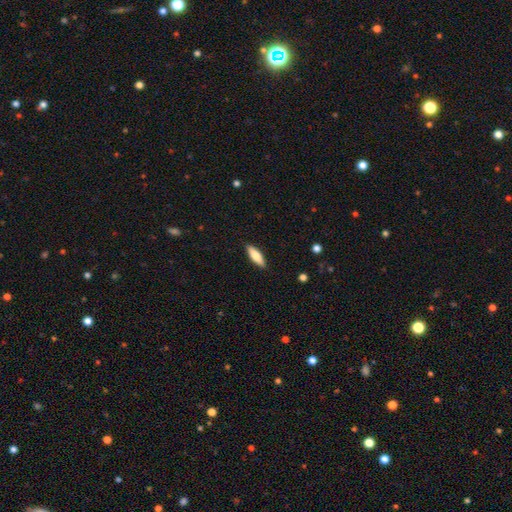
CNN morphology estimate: Smooth or featured? Predicted: smooth (p=0.74). How rounded? Predicted: cigar-shaped (p=0.55). Merging? Predicted: none (p=0.90).